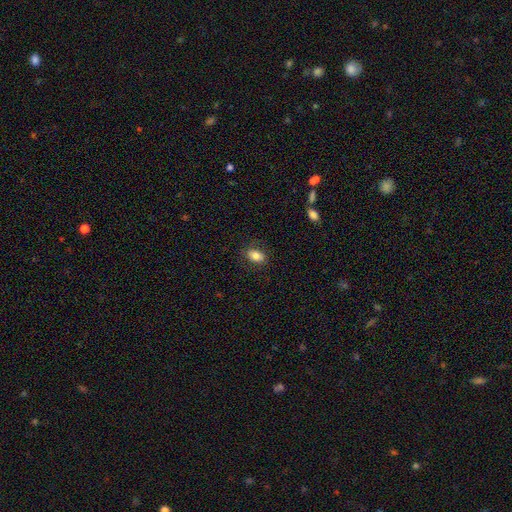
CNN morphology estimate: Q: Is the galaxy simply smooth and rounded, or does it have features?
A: smooth — 82%.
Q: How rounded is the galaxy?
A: in between — 87%.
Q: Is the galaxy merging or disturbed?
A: none — 84%.